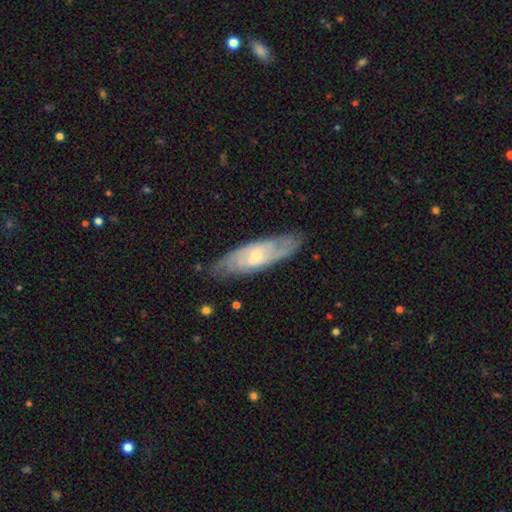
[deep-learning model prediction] smooth-or-featured: featured or disk: 70% | smooth: 24% | star or artifact: 6%
  disk-edge-on: no: 78% | yes: 22%
    bar: no: 56% | weak: 36% | strong: 7%
    has-spiral-arms: yes: 89% | no: 11%
    bulge-size: small: 66% | moderate: 28% | none: 3% | large: 2% | dominant: 1%
  merging: none: 80% | minor disturbance: 16% | major disturbance: 3% | merger: 1%